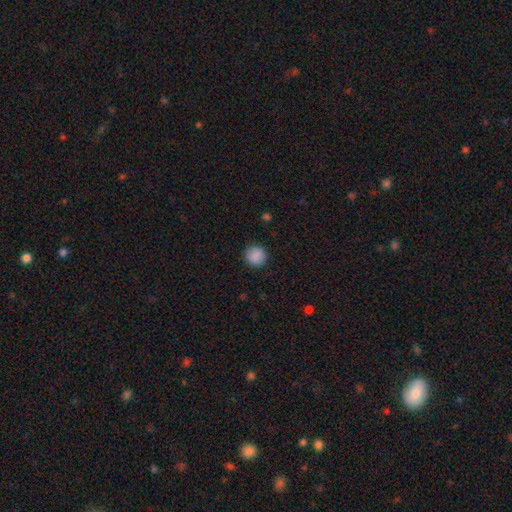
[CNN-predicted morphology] This is clearly a smooth galaxy (89%). How rounded: clearly round (92%). Merging: clearly none (91%).